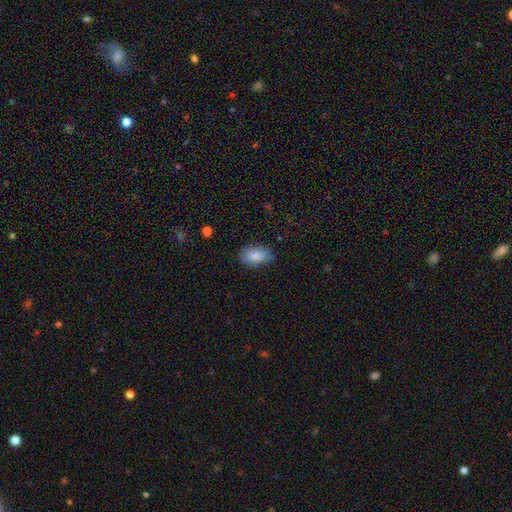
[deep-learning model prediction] Smooth or featured? smooth (84%)
How rounded? in between (92%)
Merging? none (69%)